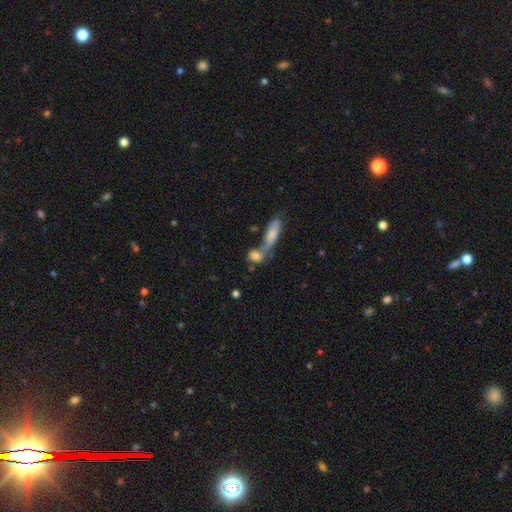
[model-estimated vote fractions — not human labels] The model was most divided on "merging": merger: 56%, none: 29%, minor disturbance: 9%, major disturbance: 6%. More confident: smooth or featured — smooth (74%); how rounded — in between (59%).